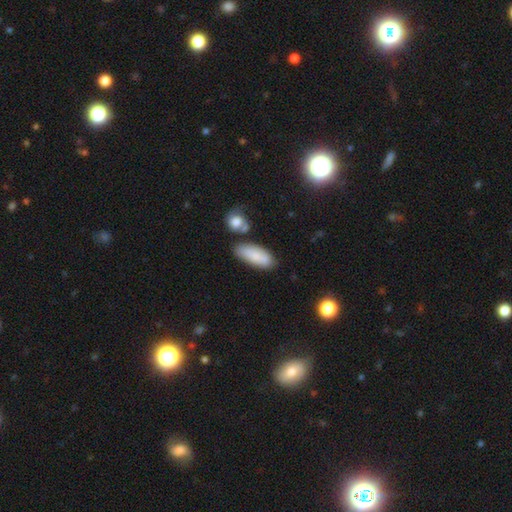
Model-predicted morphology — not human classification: smooth_or_featured: smooth (p=0.83) [alt: featured or disk p=0.11]
how_rounded: in between (p=0.79) [alt: cigar-shaped p=0.18]
merging: none (p=0.66) [alt: minor disturbance p=0.18]